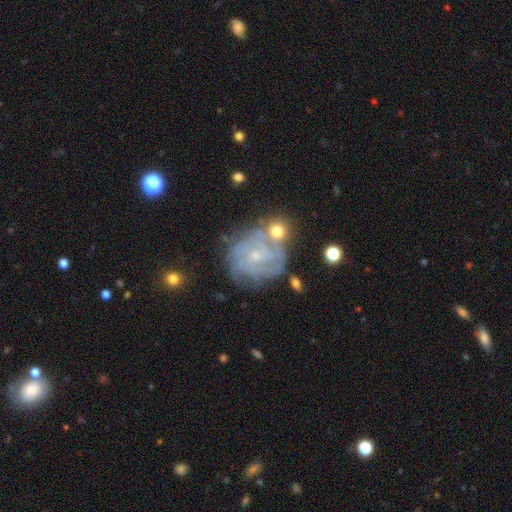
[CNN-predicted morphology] featured or disk 76%, smooth 15%, star or artifact 9%. Down the decision tree: edge-on disk — no (97%); bar — no (64%); spiral arms — yes (84%); spiral arm count — can't tell (45%); spiral winding — tight (60%); bulge size — small (73%); merging — none (55%).